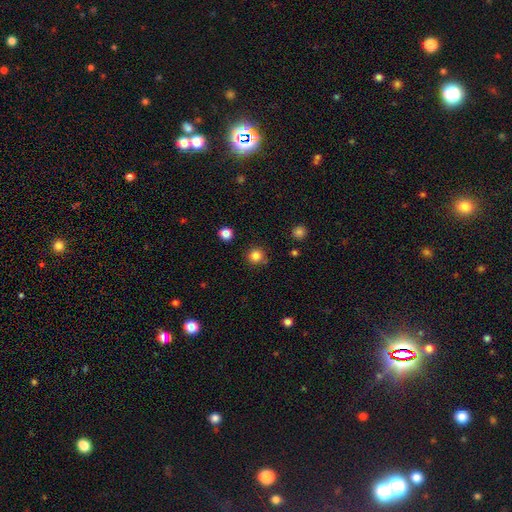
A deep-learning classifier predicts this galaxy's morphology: smooth 83%, star or artifact 12%, featured or disk 4%. Down the decision tree: how rounded — round (94%); merging — none (86%).